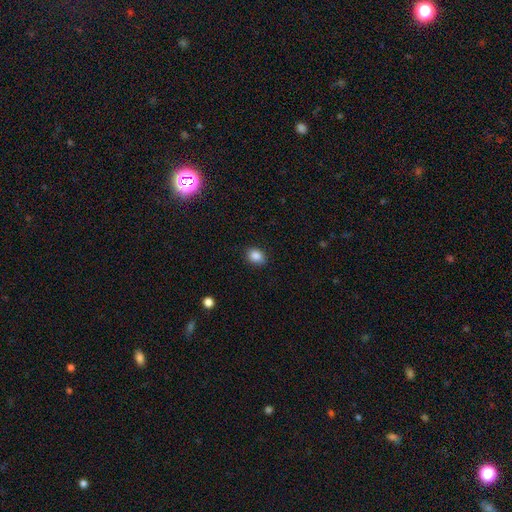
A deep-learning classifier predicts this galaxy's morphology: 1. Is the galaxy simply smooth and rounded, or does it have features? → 86% smooth, 10% star or artifact, 4% featured or disk.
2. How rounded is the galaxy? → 55% in between, 44% round, 1% cigar-shaped.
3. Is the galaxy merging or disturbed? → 87% none, 9% minor disturbance, 2% major disturbance, 1% merger.